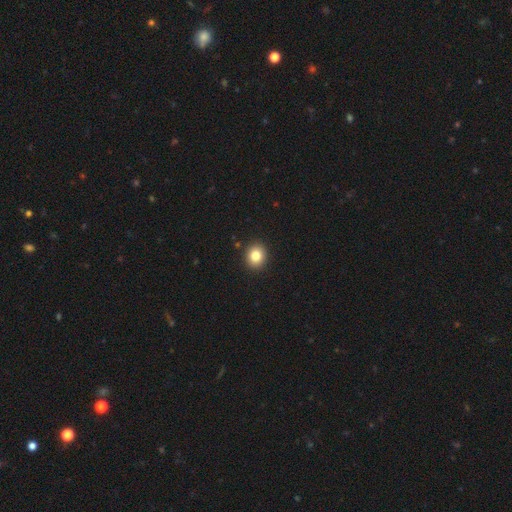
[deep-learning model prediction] Smooth or featured? Predicted: smooth (p=0.83). How rounded? Predicted: round (p=0.75). Merging? Predicted: none (p=0.92).